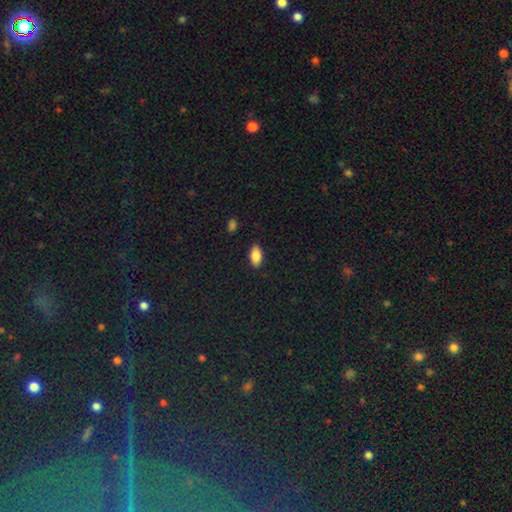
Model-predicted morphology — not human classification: Q: Smooth or featured?
A: smooth (85%); runner-up: star or artifact (8%)
Q: How rounded?
A: in between (92%); runner-up: cigar-shaped (5%)
Q: Merging?
A: none (87%); runner-up: minor disturbance (10%)